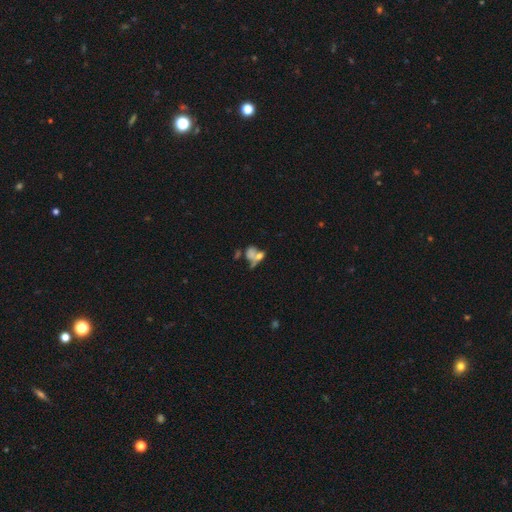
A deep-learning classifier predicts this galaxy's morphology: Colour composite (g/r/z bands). It shows a smooth galaxy with no disk features (53%) that is in between round and cigar-shaped (66%). Merging: merger (52%).